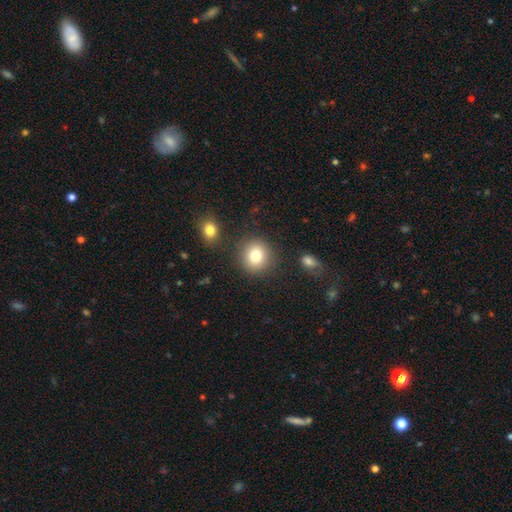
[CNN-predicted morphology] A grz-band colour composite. It shows a smooth galaxy with no disk features (80%) that is round (87%). Merging: none (85%).